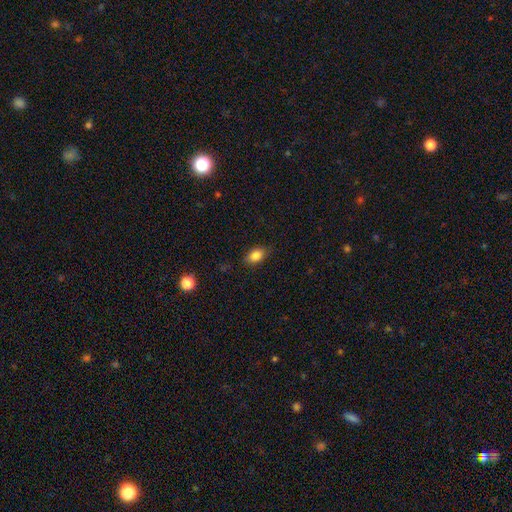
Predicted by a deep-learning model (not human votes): Morphology: type=smooth (84%); roundness=in between (84%); merging=none (83%).